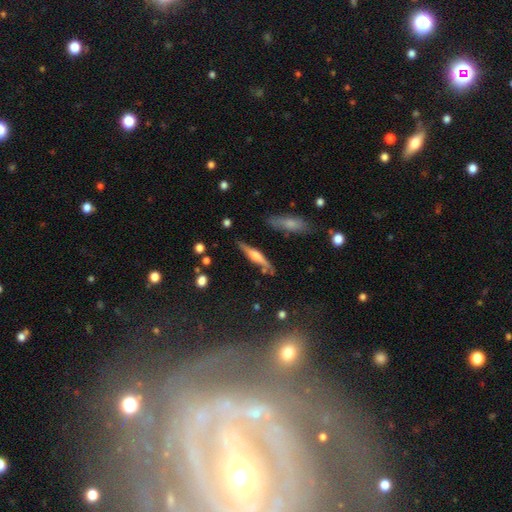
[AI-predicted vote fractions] Smooth or featured? featured or disk (63%)
Edge-on disk? yes (96%)
Edge-on bulge? rounded (74%)
Merging? none (80%)